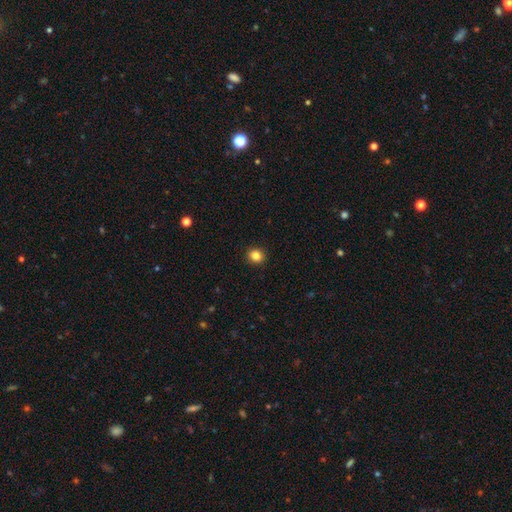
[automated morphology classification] Smooth or featured?
  - smooth: 85% *
  - star or artifact: 11%
  - featured or disk: 4%
How rounded?
  - round: 79% *
  - in between: 20%
  - cigar-shaped: 1%
Merging?
  - none: 92% *
  - minor disturbance: 5%
  - major disturbance: 2%
  - merger: 1%